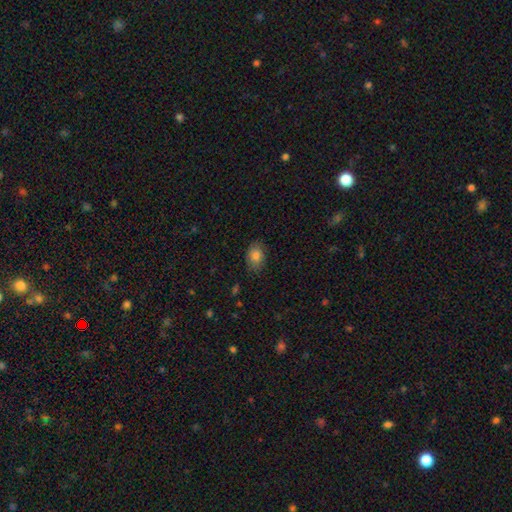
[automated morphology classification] type=smooth (82%); roundness=in between (77%); merging=none (82%).